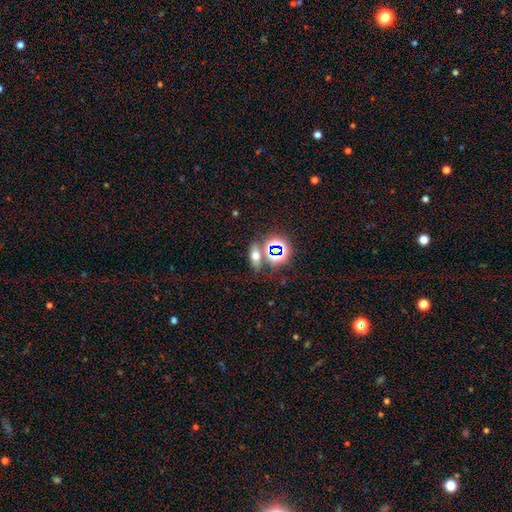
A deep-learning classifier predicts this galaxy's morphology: Overall: smooth (53%; star or artifact 31%). How rounded: in between (71%). Merging: none (69%).